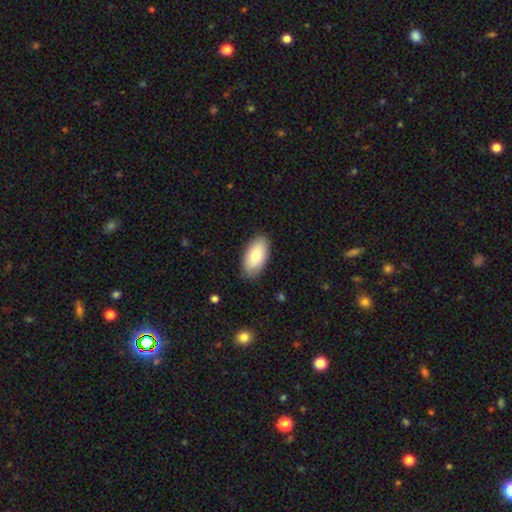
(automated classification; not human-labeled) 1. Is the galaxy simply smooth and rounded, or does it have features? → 80% smooth, 14% featured or disk, 6% star or artifact.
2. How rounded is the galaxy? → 95% in between, 3% round, 3% cigar-shaped.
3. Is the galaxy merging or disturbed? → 86% none, 11% minor disturbance, 2% major disturbance, 1% merger.